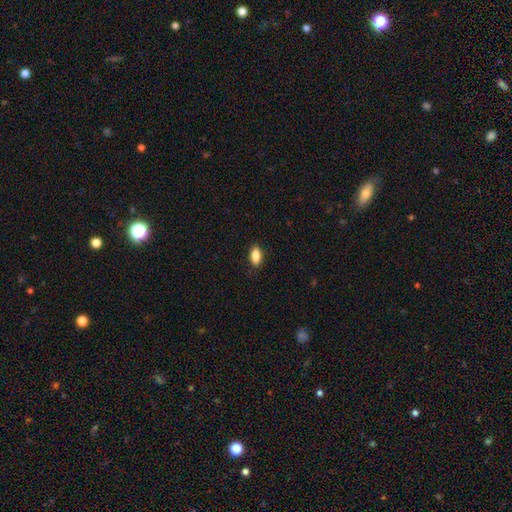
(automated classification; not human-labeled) Smooth or featured? smooth (87%)
How rounded? in between (88%)
Merging? none (88%)